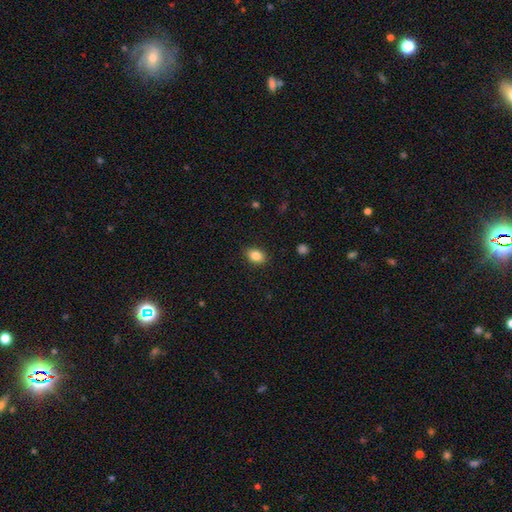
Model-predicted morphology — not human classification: The model was most divided on "how rounded": in between: 74%, round: 25%, cigar-shaped: 1%. More confident: merging — none (87%); smooth or featured — smooth (85%).